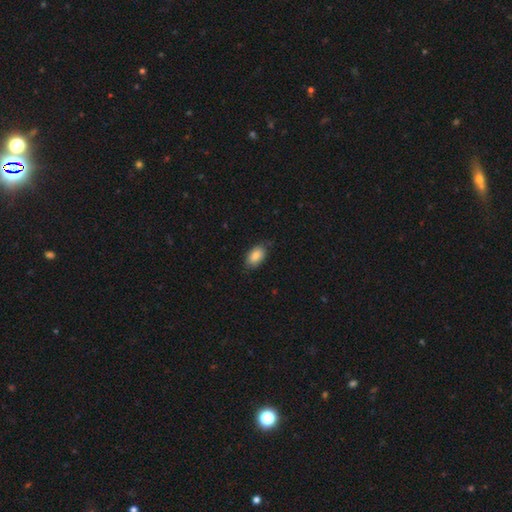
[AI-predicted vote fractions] Smooth or featured? smooth (86%)
How rounded? in between (93%)
Merging? none (77%)